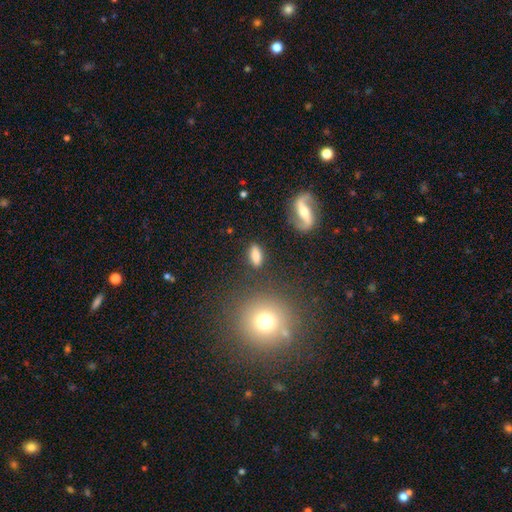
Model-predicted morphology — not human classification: Smooth or featured?
  - smooth: 77% *
  - featured or disk: 13%
  - star or artifact: 10%
How rounded?
  - in between: 71% *
  - cigar-shaped: 21%
  - round: 8%
Merging?
  - none: 79% *
  - minor disturbance: 12%
  - major disturbance: 4%
  - merger: 4%